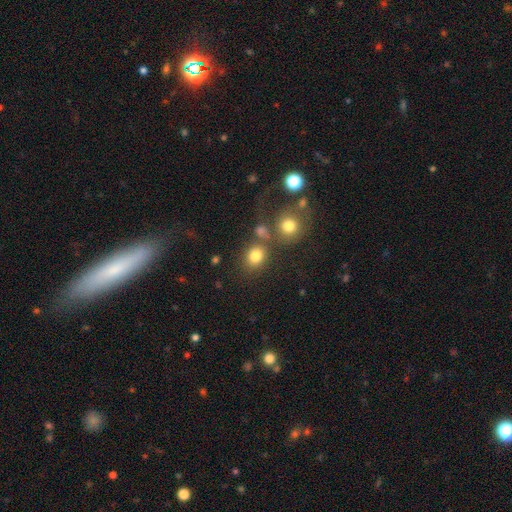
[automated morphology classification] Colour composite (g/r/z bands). It shows a smooth galaxy with no disk features (79%) that is round (69%). Merging: none (66%).